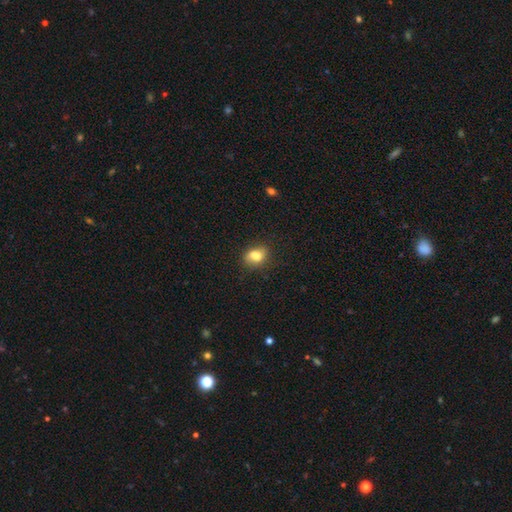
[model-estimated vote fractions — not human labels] Morphology: type=smooth (76%); roundness=in between (61%); merging=none (52%).